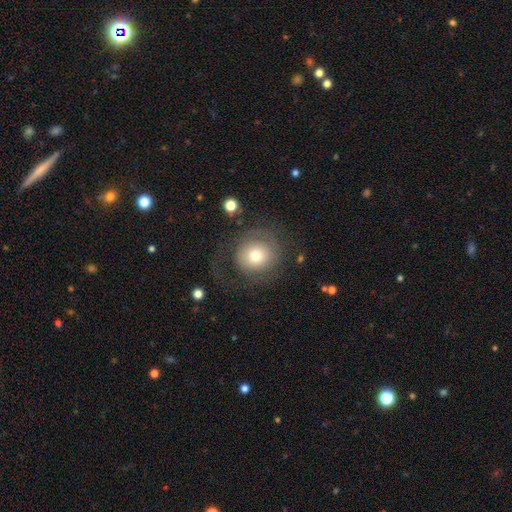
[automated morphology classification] Q: Smooth or featured?
A: smooth (60%); runner-up: featured or disk (30%)
Q: How rounded?
A: round (88%); runner-up: in between (11%)
Q: Merging?
A: none (59%); runner-up: major disturbance (24%)